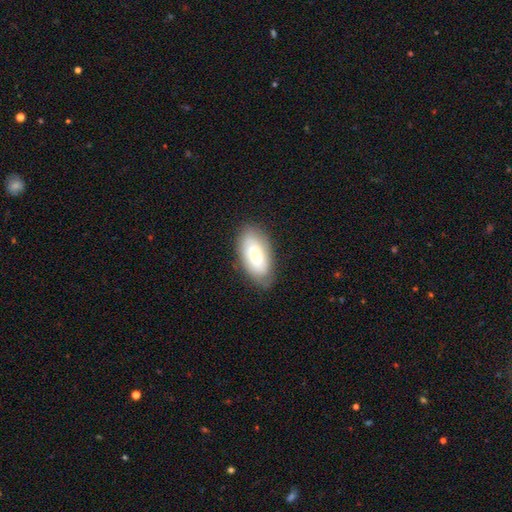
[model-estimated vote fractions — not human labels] Morphology: type=smooth (58%); roundness=in between (92%); merging=none (78%).